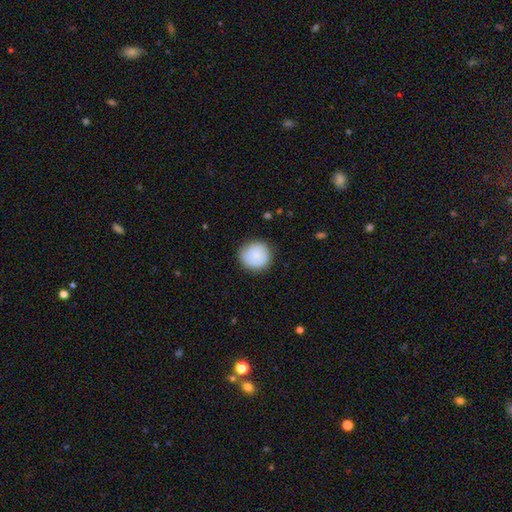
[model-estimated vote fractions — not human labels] smooth_or_featured: smooth (p=0.79) [alt: featured or disk p=0.14]
how_rounded: round (p=0.92) [alt: in between p=0.07]
merging: none (p=0.79) [alt: minor disturbance p=0.16]